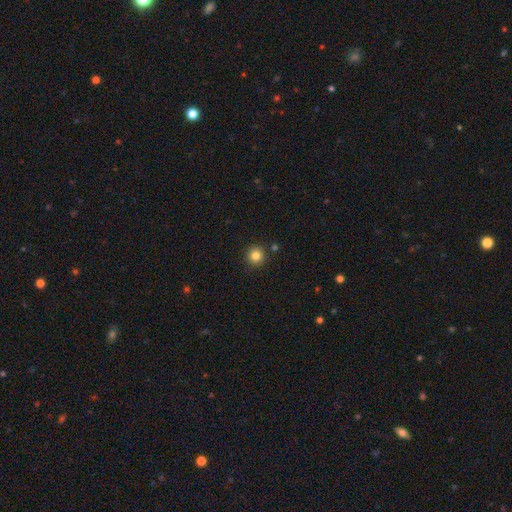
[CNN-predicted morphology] Smooth or featured: smooth — 83% (star or artifact — 12%)
How rounded: round — 95% (in between — 5%)
Merging: none — 89% (minor disturbance — 6%)